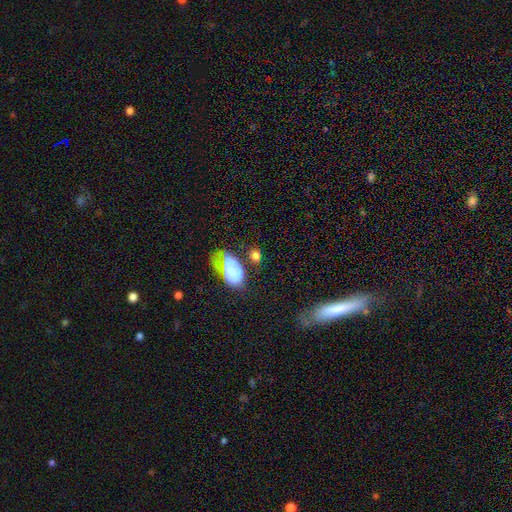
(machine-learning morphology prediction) A smooth galaxy with no disk features (72%) that is in between round and cigar-shaped (66%). Merging: none (49%).